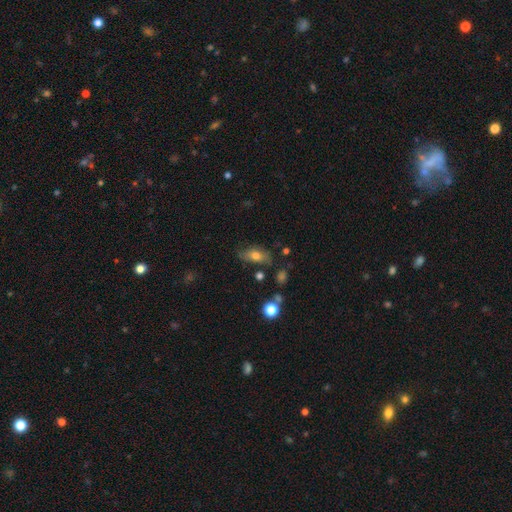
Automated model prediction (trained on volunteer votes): A smooth galaxy with no disk features (67%) that is in between round and cigar-shaped (81%). Merging: none (66%).